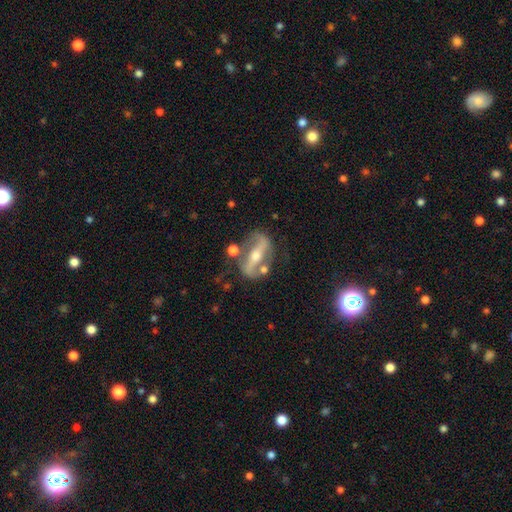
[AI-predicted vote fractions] Smooth or featured? featured or disk (83%)
Edge-on disk? no (79%)
Bar? strong (75%)
Spiral arms? yes (77%)
Spiral winding? loose (42%)
Spiral arm count? 2 (87%)
Bulge size? moderate (59%)
Merging? none (71%)